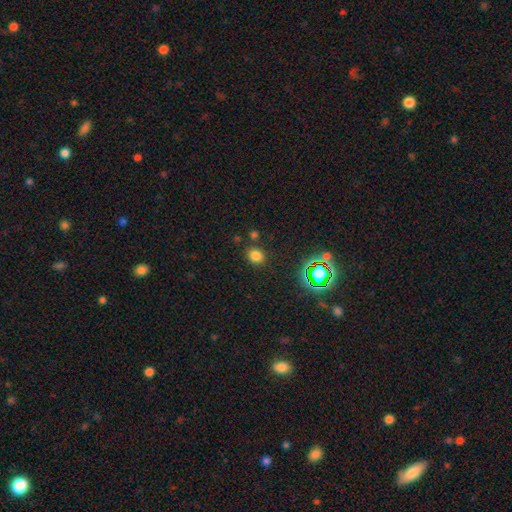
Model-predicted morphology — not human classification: type=smooth (74%); roundness=round (70%); merging=none (81%).